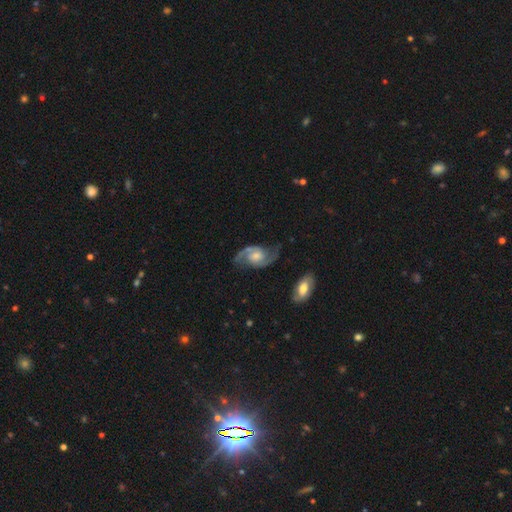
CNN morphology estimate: This appears to be a featured or disk galaxy (90%) with no bar (53%), 2 (93%) medium (54%) spiral arms (97%) and a moderate central bulge (50%). Merging: none (74%).